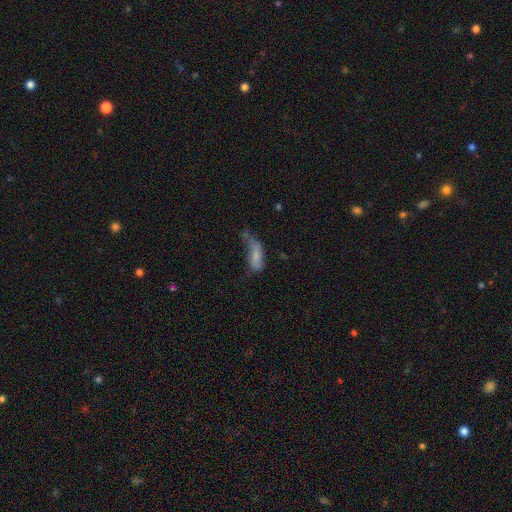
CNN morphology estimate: smooth_or_featured: smooth (p=0.71) [alt: featured or disk p=0.19]
how_rounded: in between (p=0.73) [alt: cigar-shaped p=0.25]
merging: minor disturbance (p=0.32) [alt: none p=0.28]